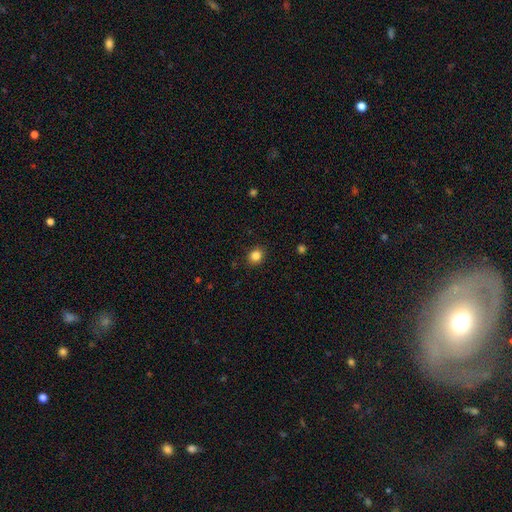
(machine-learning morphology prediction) smooth-or-featured: smooth: 85% | star or artifact: 11% | featured or disk: 4%
  how-rounded: round: 75% | in between: 25% | cigar-shaped: 1%
  merging: none: 89% | minor disturbance: 8% | major disturbance: 2% | merger: 1%